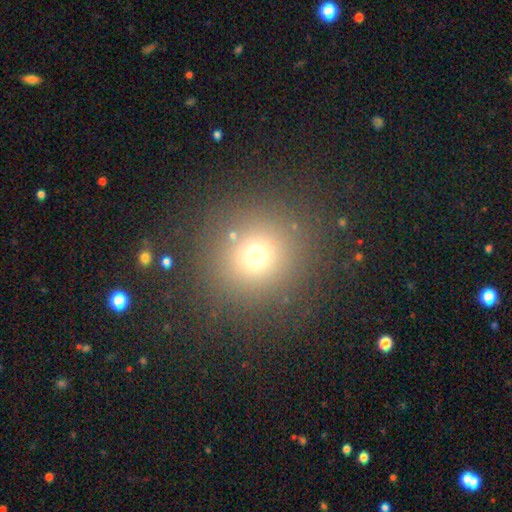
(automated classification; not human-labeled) A smooth galaxy with no disk features (68%) that is round (92%).

Vote fractions:
- Smooth or featured? smooth: 68% / star or artifact: 22% / featured or disk: 9%
- How rounded? round: 92% / in between: 7% / cigar-shaped: 1%
- Merging? none: 87% / minor disturbance: 7% / major disturbance: 4% / merger: 3%